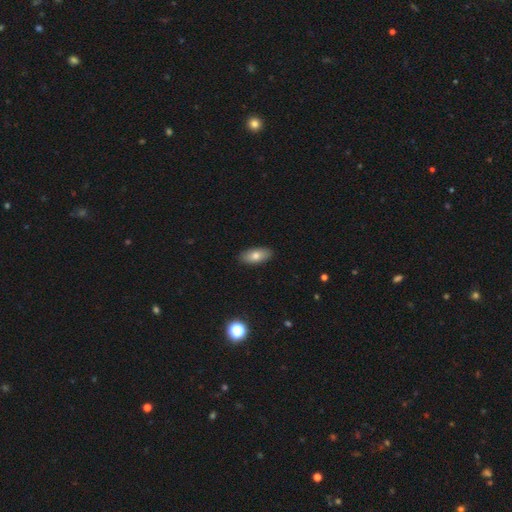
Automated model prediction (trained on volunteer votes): A smooth galaxy with no disk features (77%) that is in between round and cigar-shaped (89%). Merging: none (89%).